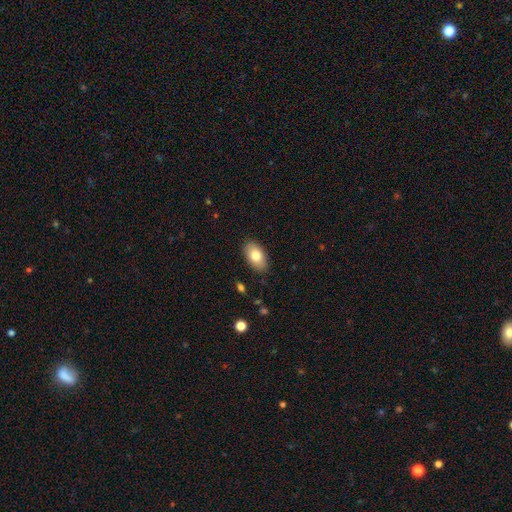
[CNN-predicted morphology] A smooth galaxy with no disk features (80%) that is in between round and cigar-shaped (93%).

Vote fractions:
- Smooth or featured? smooth: 80% / featured or disk: 13% / star or artifact: 7%
- How rounded? in between: 93% / round: 5% / cigar-shaped: 2%
- Merging? none: 87% / minor disturbance: 10% / major disturbance: 2% / merger: 1%